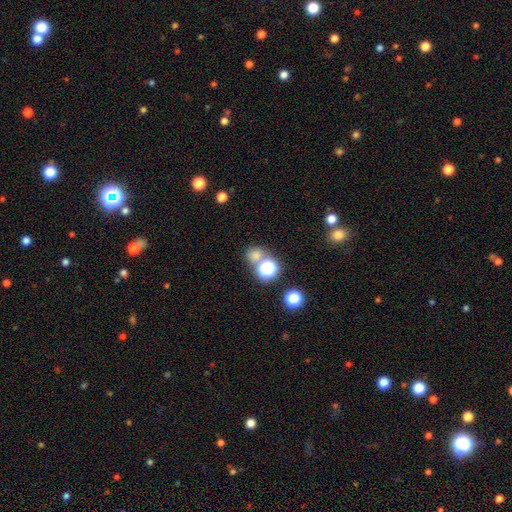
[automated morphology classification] Smooth or featured? smooth (65%)
How rounded? round (78%)
Merging? none (59%)